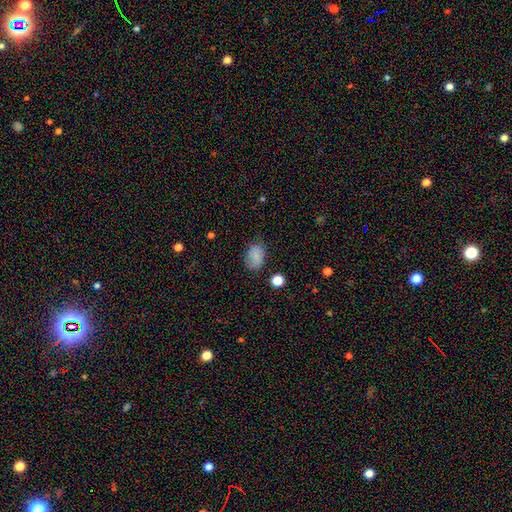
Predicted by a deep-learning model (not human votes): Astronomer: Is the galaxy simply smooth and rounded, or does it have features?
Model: smooth — 83%.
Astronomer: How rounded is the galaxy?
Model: in between — 82%.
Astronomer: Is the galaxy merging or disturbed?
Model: none — 75%.